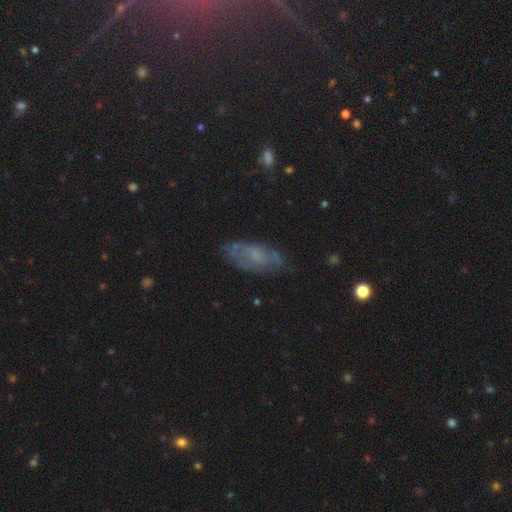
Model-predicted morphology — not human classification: Smooth or featured?
  - featured or disk: 44% *
  - smooth: 42%
  - star or artifact: 14%
Merging?
  - none: 65% *
  - minor disturbance: 22%
  - major disturbance: 10%
  - merger: 3%